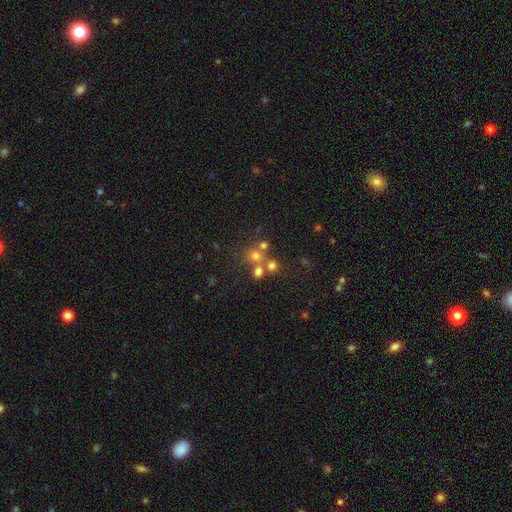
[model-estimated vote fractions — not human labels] Smooth or featured? Predicted: smooth (p=0.64). How rounded? Predicted: round (p=0.84). Merging? Predicted: none (p=0.53).